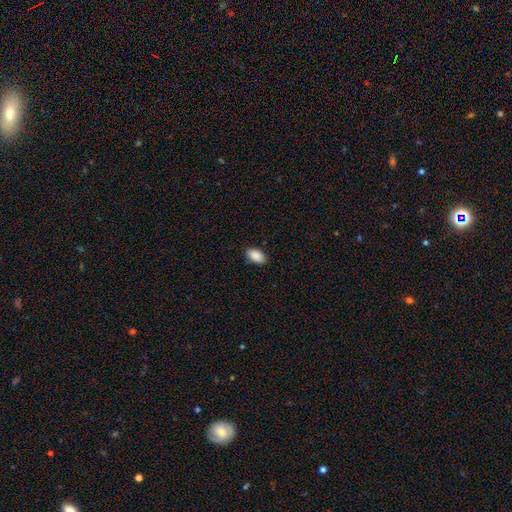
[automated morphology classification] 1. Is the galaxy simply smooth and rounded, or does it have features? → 90% smooth, 7% star or artifact, 3% featured or disk.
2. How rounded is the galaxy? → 94% in between, 4% round, 2% cigar-shaped.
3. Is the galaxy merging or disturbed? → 87% none, 10% minor disturbance, 2% major disturbance, 1% merger.